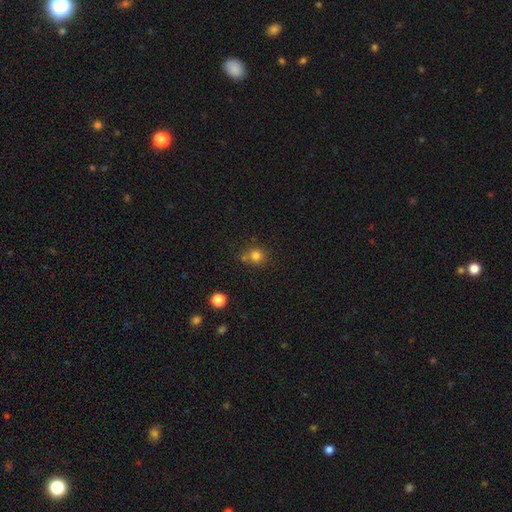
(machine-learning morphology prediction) A smooth galaxy with no disk features (80%) that is round (89%).

Vote fractions:
- Smooth or featured? smooth: 80% / star or artifact: 14% / featured or disk: 7%
- How rounded? round: 89% / in between: 10% / cigar-shaped: 1%
- Merging? none: 68% / merger: 17% / minor disturbance: 12% / major disturbance: 4%